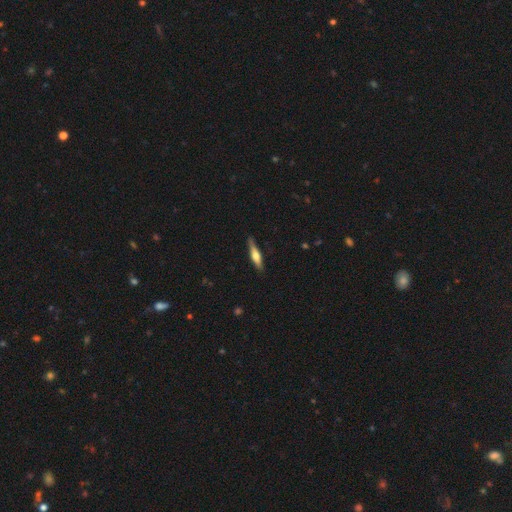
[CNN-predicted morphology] This appears to be a featured or disk galaxy (54%) viewed edge-on (96%) with a rounded central bulge (83%). Merging: none (85%).